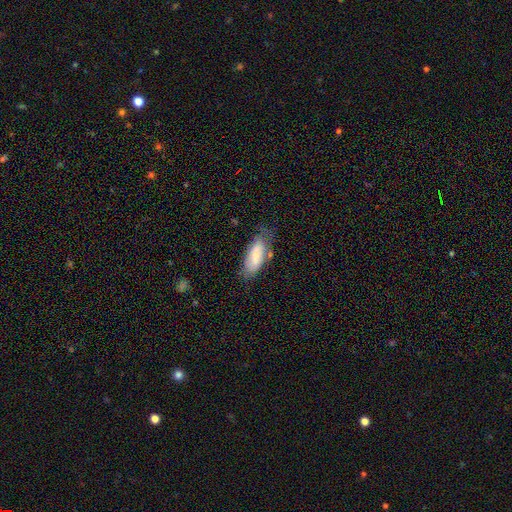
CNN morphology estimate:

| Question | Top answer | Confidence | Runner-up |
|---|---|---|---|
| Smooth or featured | smooth | 61% | featured or disk (32%) |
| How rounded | in between | 81% | cigar-shaped (17%) |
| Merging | none | 58% | minor disturbance (27%) |